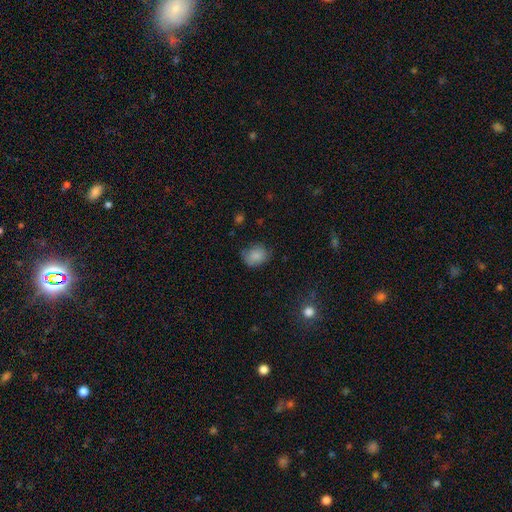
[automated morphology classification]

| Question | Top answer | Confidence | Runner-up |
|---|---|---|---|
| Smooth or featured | smooth | 86% | star or artifact (9%) |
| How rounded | in between | 53% | round (46%) |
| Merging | none | 70% | minor disturbance (23%) |